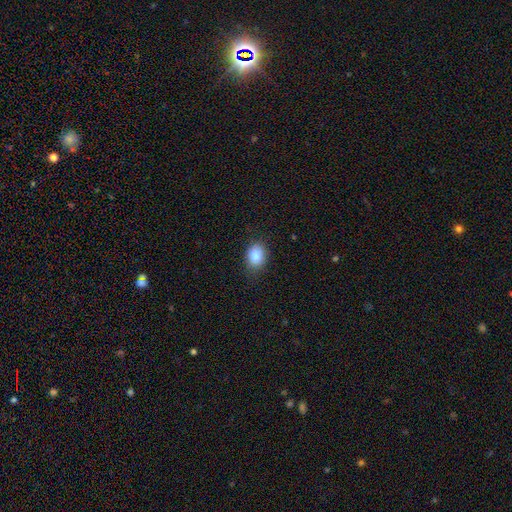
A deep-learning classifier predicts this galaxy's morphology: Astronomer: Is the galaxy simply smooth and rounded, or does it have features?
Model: smooth — 87%.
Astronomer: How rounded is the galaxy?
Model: in between — 72%.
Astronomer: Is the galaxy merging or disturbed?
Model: none — 80%.